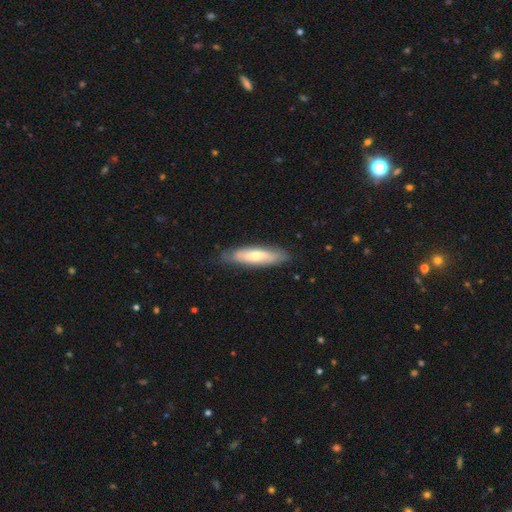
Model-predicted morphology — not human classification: smooth-or-featured: smooth: 56% | featured or disk: 39% | star or artifact: 6%
  how-rounded: cigar-shaped: 64% | in between: 34% | round: 2%
  merging: none: 80% | minor disturbance: 16% | major disturbance: 3% | merger: 1%